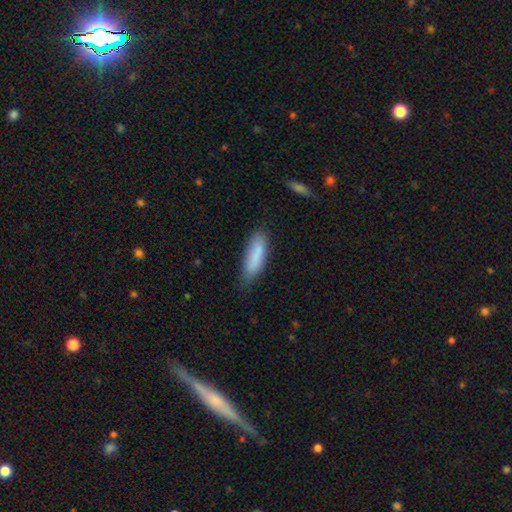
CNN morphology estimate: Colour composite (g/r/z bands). It shows a smooth galaxy with no disk features (85%) that is in between round and cigar-shaped (49%, tied with cigar-shaped). Merging: none (69%).